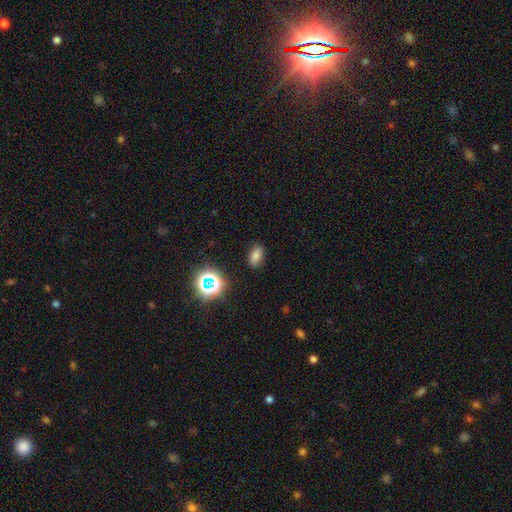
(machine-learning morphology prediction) Smooth or featured?
  - smooth: 70% *
  - star or artifact: 20%
  - featured or disk: 10%
How rounded?
  - in between: 86% *
  - round: 11%
  - cigar-shaped: 2%
Merging?
  - none: 85% *
  - minor disturbance: 11%
  - major disturbance: 3%
  - merger: 2%